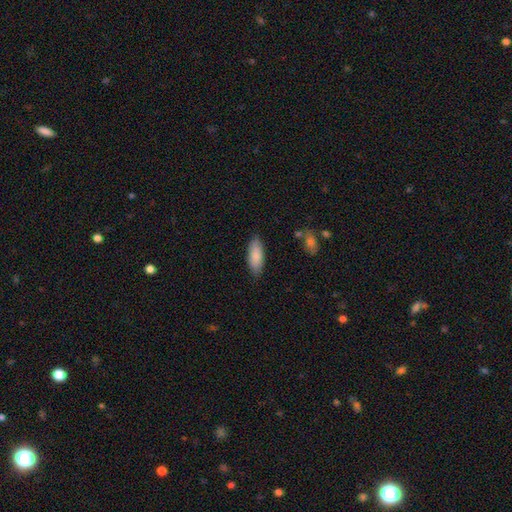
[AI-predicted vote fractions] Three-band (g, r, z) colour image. It shows a smooth galaxy with no disk features (86%) that is in between round and cigar-shaped (72%). Merging: none (85%).